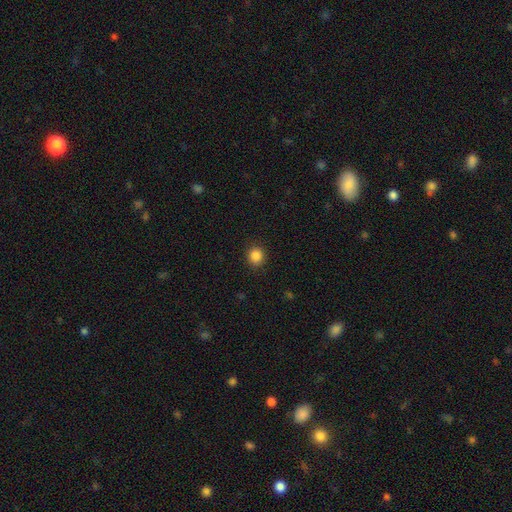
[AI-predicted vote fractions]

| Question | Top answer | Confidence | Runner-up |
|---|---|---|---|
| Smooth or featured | smooth | 86% | star or artifact (11%) |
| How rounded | round | 86% | in between (13%) |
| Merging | none | 89% | minor disturbance (7%) |